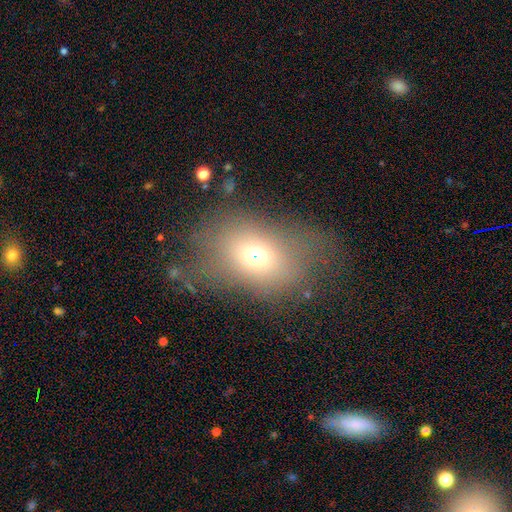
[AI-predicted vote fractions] A smooth galaxy with no disk features (64%) that is in between round and cigar-shaped (69%). Merging: none (51%).